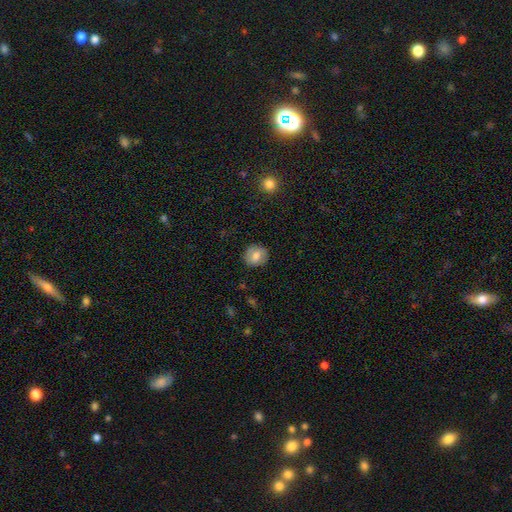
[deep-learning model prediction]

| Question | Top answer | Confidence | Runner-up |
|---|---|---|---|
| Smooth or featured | smooth | 73% | featured or disk (18%) |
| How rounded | round | 80% | in between (19%) |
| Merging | none | 87% | minor disturbance (10%) |